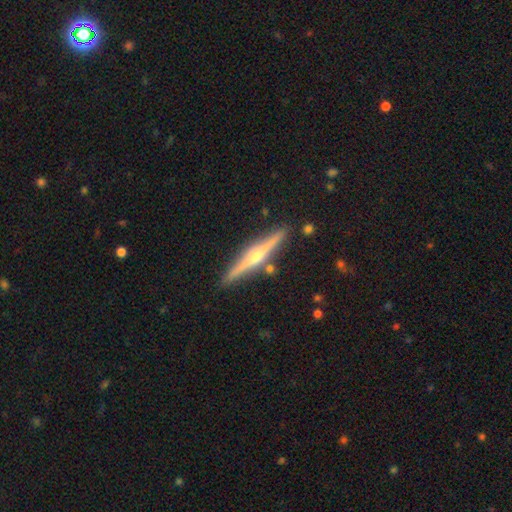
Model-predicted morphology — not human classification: Overall: featured or disk (78%). Edge-on disk: yes (98%). Edge-on bulge: rounded (90%). Merging: none (88%).